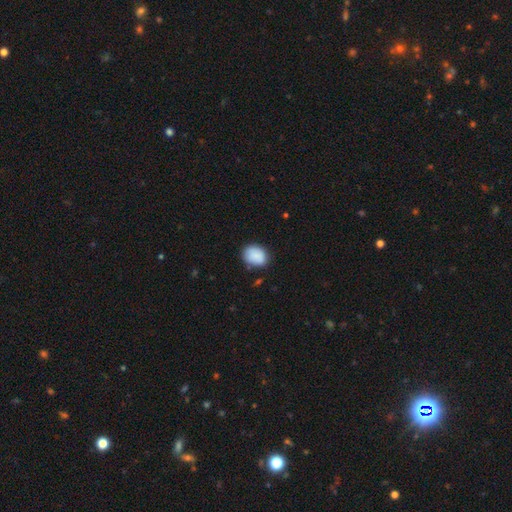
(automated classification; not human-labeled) smooth-or-featured: smooth: 88% | star or artifact: 7% | featured or disk: 5%
  how-rounded: in between: 60% | round: 39% | cigar-shaped: 1%
  merging: none: 75% | minor disturbance: 19% | major disturbance: 4% | merger: 2%